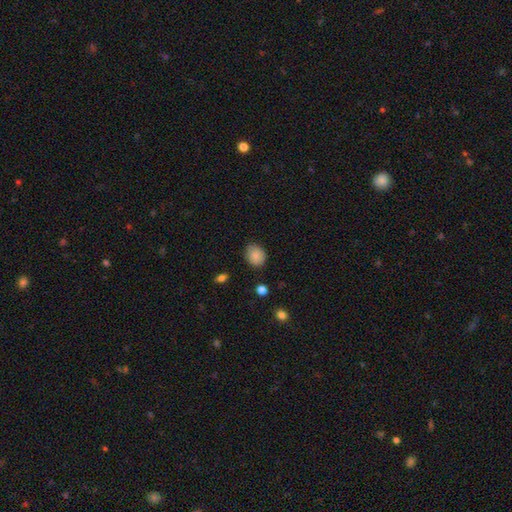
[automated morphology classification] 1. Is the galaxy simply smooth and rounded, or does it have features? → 87% smooth, 8% star or artifact, 5% featured or disk.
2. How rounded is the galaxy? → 59% round, 40% in between, 1% cigar-shaped.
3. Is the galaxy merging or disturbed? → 79% none, 17% minor disturbance, 3% major disturbance, 1% merger.